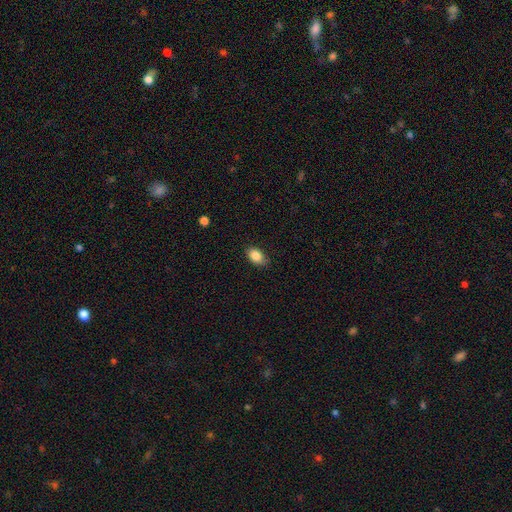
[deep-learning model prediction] Smooth or featured? smooth (86%)
How rounded? in between (87%)
Merging? none (81%)